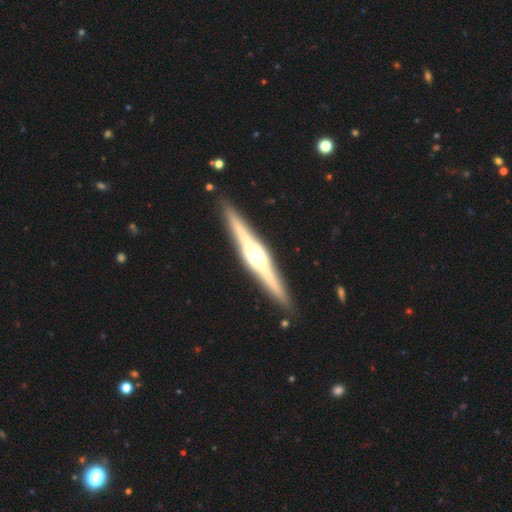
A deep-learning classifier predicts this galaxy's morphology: The model was most divided on "edge-on bulge": rounded: 82%, boxy: 15%, none: 3%. More confident: edge-on disk — yes (98%); merging — none (91%); smooth or featured — featured or disk (83%).